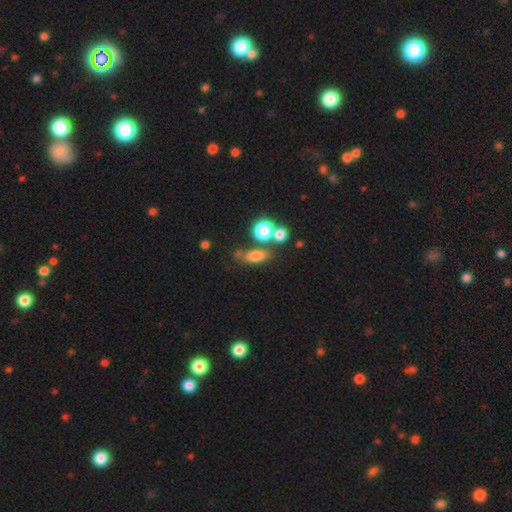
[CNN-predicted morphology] This appears to be a smooth galaxy with no disk features (75%) that is in between round and cigar-shaped (63%). Merging: none (57%).